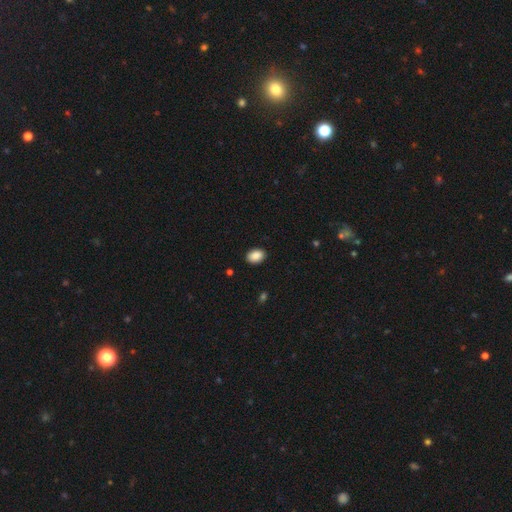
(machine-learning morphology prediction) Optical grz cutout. It shows a smooth galaxy with no disk features (90%) that is in between round and cigar-shaped (81%). Merging: none (90%).